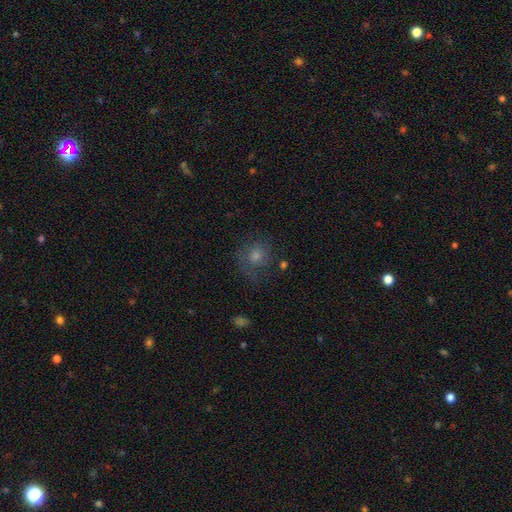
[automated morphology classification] This appears to be a smooth galaxy with no disk features (46%). Merging: none (65%).